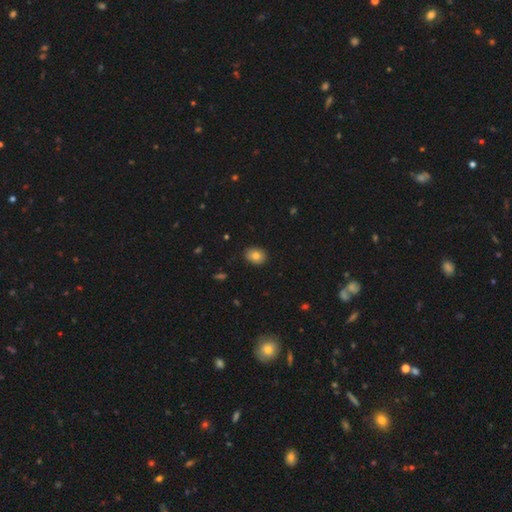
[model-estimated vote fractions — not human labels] This appears to be a smooth galaxy with no disk features (81%) that is in between round and cigar-shaped (56%). Merging: none (87%).